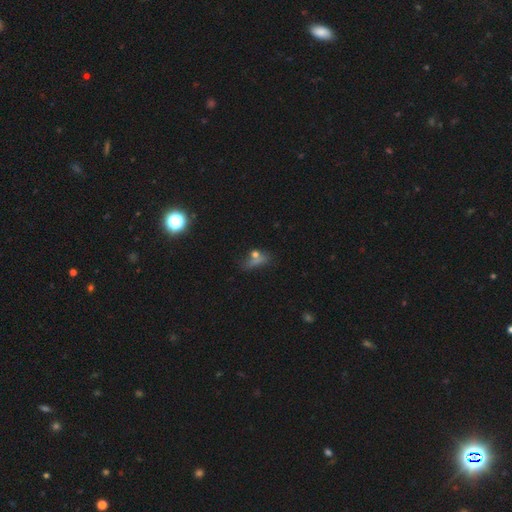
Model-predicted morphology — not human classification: Smooth or featured?
  - smooth: 54% *
  - star or artifact: 24%
  - featured or disk: 22%
How rounded?
  - in between: 55% *
  - round: 29%
  - cigar-shaped: 16%
Merging?
  - none: 36% *
  - major disturbance: 26%
  - minor disturbance: 19%
  - merger: 19%